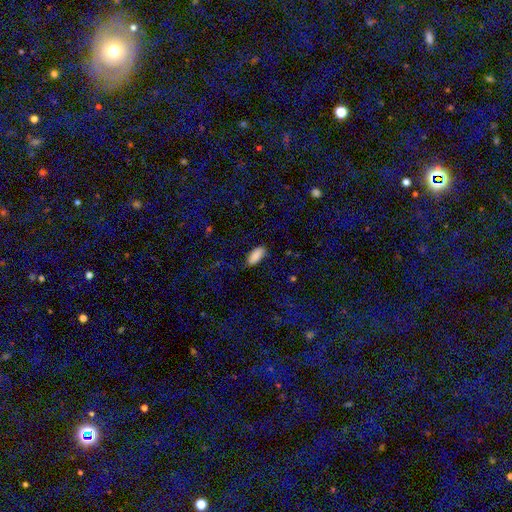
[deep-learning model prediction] Smooth or featured: smooth — 88% (star or artifact — 7%)
How rounded: in between — 86% (cigar-shaped — 12%)
Merging: none — 78% (minor disturbance — 16%)